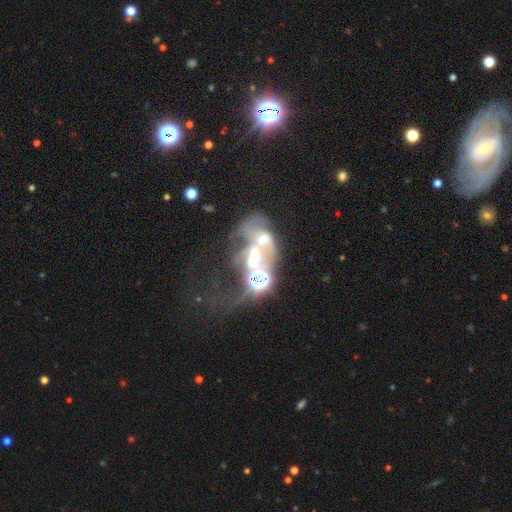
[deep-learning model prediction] smooth_or_featured: featured or disk (p=0.53) [alt: star or artifact p=0.27]
disk_edge_on: no (p=0.97) [alt: yes p=0.03]
bar: no (p=0.84) [alt: weak p=0.11]
has_spiral_arms: no (p=0.84) [alt: yes p=0.16]
bulge_size: moderate (p=0.33) [alt: none p=0.31]
merging: merger (p=0.53) [alt: major disturbance p=0.28]